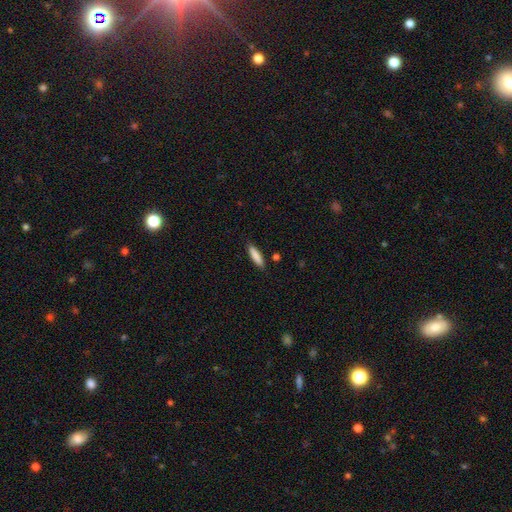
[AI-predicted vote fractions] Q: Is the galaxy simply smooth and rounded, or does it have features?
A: smooth — 86%.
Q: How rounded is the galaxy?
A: cigar-shaped — 75%.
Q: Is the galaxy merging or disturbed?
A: none — 87%.